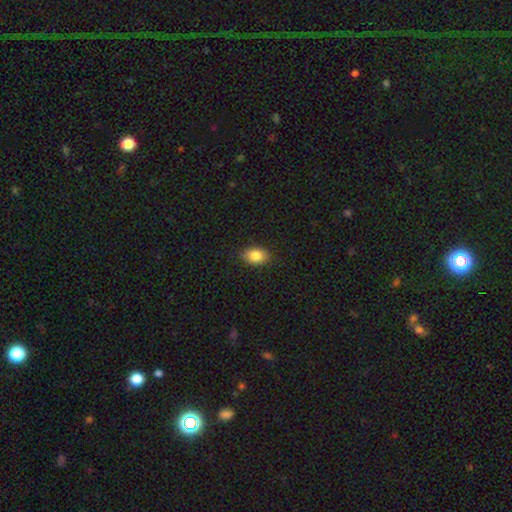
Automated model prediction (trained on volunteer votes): Smooth or featured?
  - smooth: 83% *
  - star or artifact: 9%
  - featured or disk: 8%
How rounded?
  - in between: 80% *
  - round: 18%
  - cigar-shaped: 2%
Merging?
  - none: 85% *
  - minor disturbance: 12%
  - major disturbance: 2%
  - merger: 1%